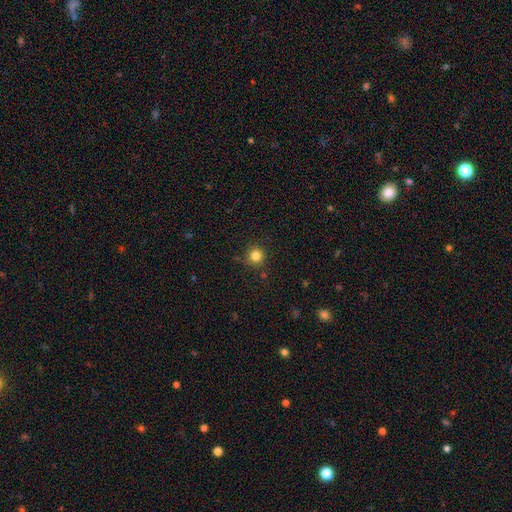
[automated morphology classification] Q: Smooth or featured?
A: smooth (82%); runner-up: star or artifact (13%)
Q: How rounded?
A: round (95%); runner-up: in between (4%)
Q: Merging?
A: none (88%); runner-up: minor disturbance (8%)